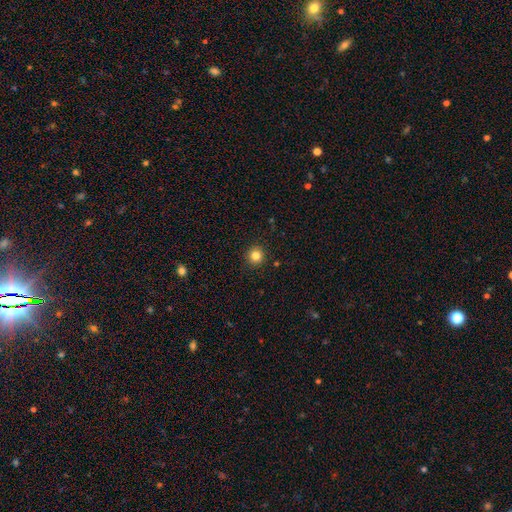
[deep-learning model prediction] The model was most divided on "smooth or featured": smooth: 83%, star or artifact: 12%, featured or disk: 5%. More confident: how rounded — round (94%); merging — none (92%).